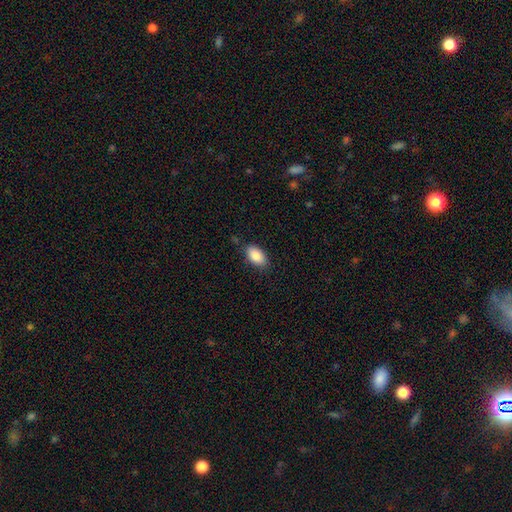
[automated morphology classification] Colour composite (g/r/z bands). It shows a smooth galaxy with no disk features (87%) that is in between round and cigar-shaped (93%). Merging: none (82%).